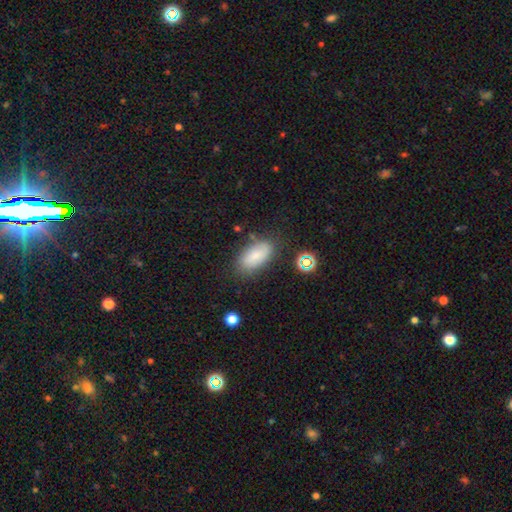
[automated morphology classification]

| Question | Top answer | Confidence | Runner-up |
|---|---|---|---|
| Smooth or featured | smooth | 76% | featured or disk (14%) |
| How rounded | in between | 90% | cigar-shaped (6%) |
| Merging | none | 76% | minor disturbance (16%) |